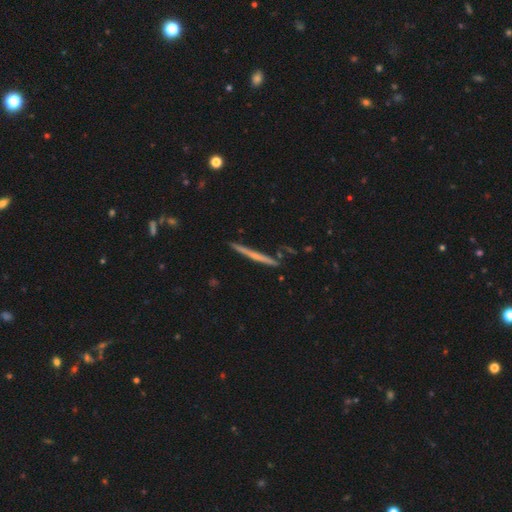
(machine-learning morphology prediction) Q: Smooth or featured?
A: featured or disk (54%); runner-up: smooth (40%)
Q: Edge-on disk?
A: yes (98%); runner-up: no (2%)
Q: Edge-on bulge?
A: none (74%); runner-up: rounded (21%)
Q: Merging?
A: none (88%); runner-up: minor disturbance (8%)